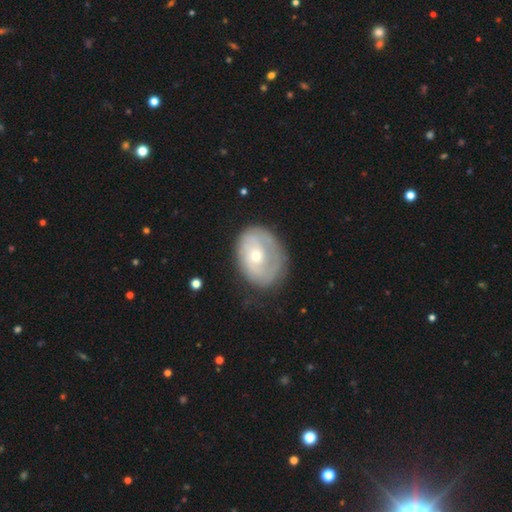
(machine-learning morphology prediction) A featured or disk galaxy (59%) with no bar (76%), spiral arms (56%) and a moderate central bulge (51%). Merging: none (62%).